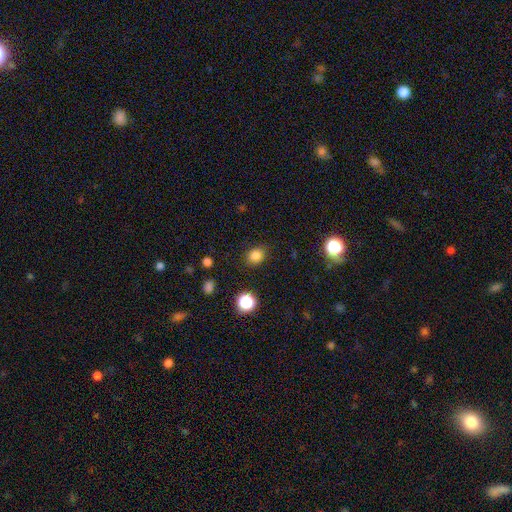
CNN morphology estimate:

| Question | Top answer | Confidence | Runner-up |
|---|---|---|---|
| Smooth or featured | smooth | 82% | star or artifact (14%) |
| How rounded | round | 68% | in between (32%) |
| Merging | none | 85% | minor disturbance (10%) |